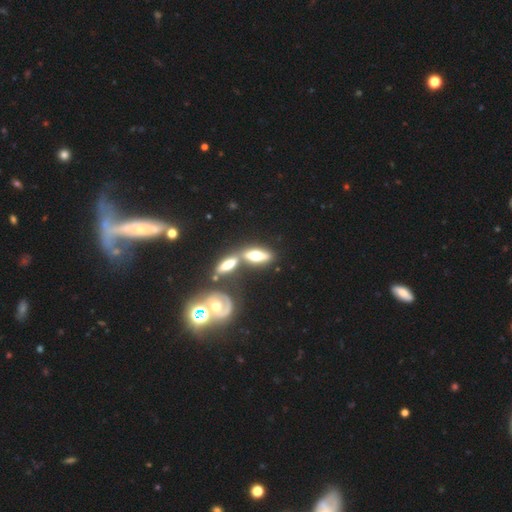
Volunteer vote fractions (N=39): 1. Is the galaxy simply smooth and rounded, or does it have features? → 46% smooth, 44% featured or disk, 10% star or artifact.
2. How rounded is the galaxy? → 50% in between, 39% cigar-shaped, 11% round.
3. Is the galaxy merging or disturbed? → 49% none, 29% merger, 14% minor disturbance, 9% major disturbance.